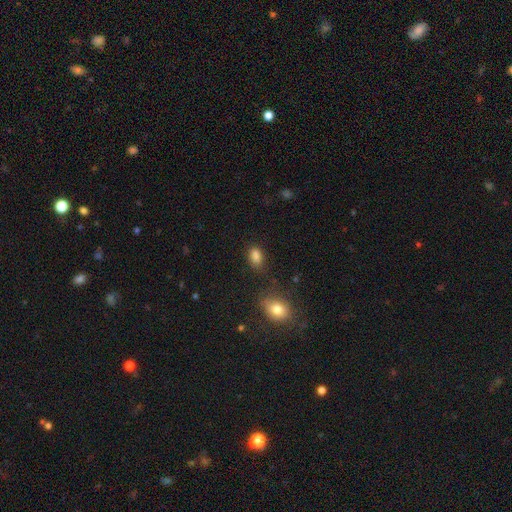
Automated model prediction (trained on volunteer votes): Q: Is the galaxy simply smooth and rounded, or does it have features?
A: smooth — 84%.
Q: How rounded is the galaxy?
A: in between — 83%.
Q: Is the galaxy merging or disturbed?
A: none — 69%.